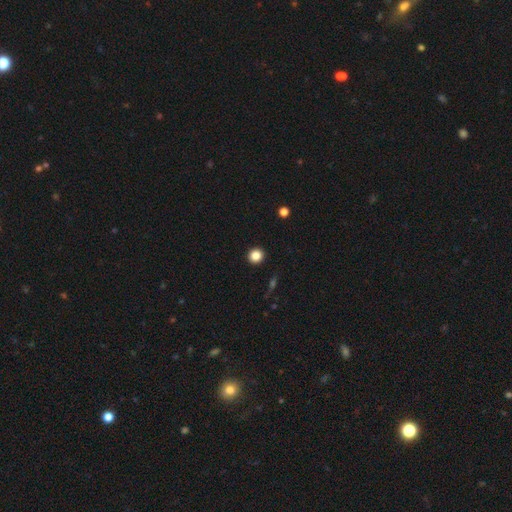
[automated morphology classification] This appears to be a smooth galaxy with no disk features (85%) that is round (92%). Merging: none (93%).